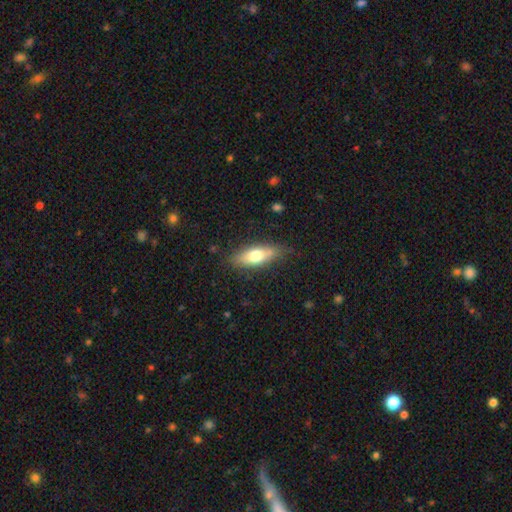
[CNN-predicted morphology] type=smooth (66%); roundness=in between (63%); merging=none (77%).